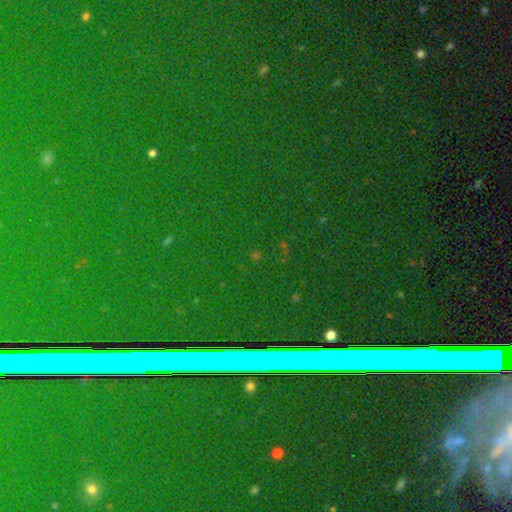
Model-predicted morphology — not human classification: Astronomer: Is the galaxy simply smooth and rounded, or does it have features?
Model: star or artifact — 84%.